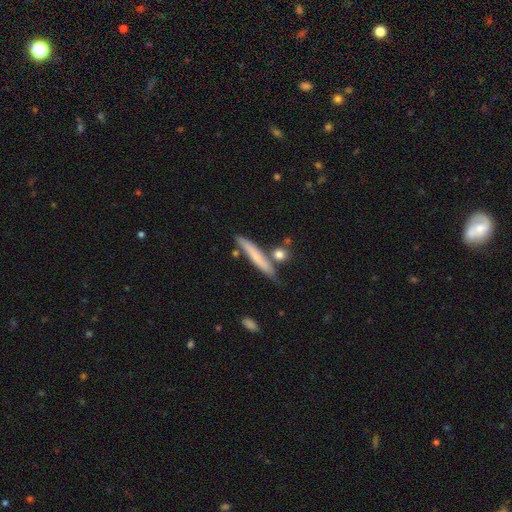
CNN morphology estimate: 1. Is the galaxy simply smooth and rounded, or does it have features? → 63% smooth, 31% featured or disk, 6% star or artifact.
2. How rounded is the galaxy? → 93% cigar-shaped, 5% in between, 2% round.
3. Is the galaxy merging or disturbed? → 72% none, 15% minor disturbance, 9% merger, 3% major disturbance.